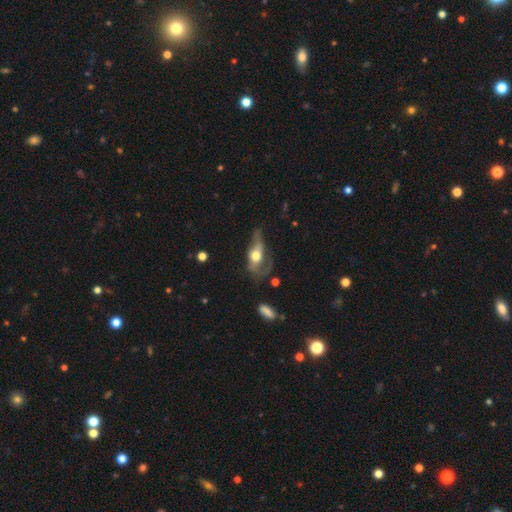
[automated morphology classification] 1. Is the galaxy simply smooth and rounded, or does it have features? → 53% featured or disk, 39% smooth, 8% star or artifact.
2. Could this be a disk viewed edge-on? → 76% no, 24% yes.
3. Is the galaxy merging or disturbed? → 48% major disturbance, 24% none, 23% minor disturbance, 5% merger.